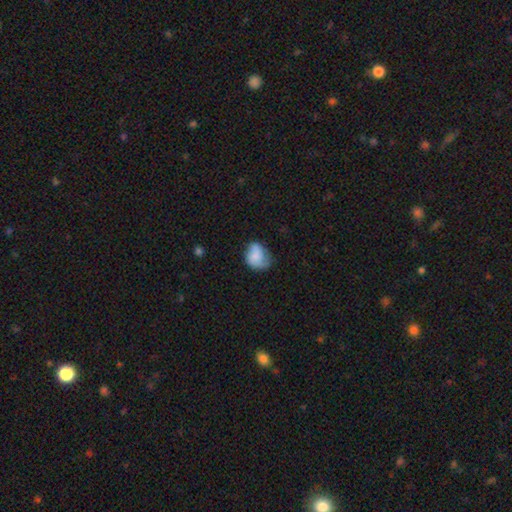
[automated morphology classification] smooth_or_featured: smooth (p=0.66) [alt: featured or disk p=0.26]
how_rounded: in between (p=0.51) [alt: round p=0.48]
merging: none (p=0.45) [alt: minor disturbance p=0.36]